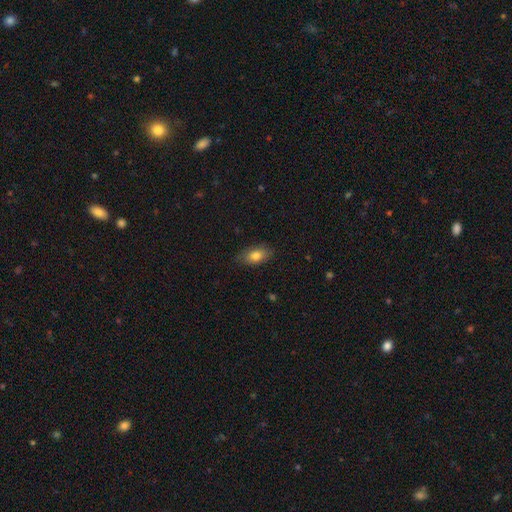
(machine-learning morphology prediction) A smooth galaxy with no disk features (79%) that is in between round and cigar-shaped (88%). Merging: none (82%).